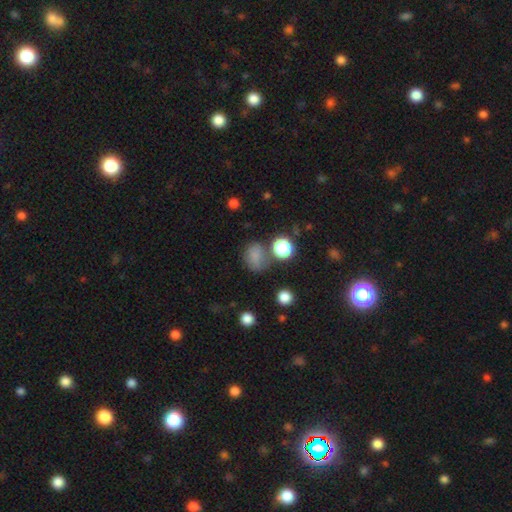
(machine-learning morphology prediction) The model was most divided on "how rounded": in between: 53%, round: 45%, cigar-shaped: 1%. More confident: smooth or featured — smooth (76%); merging — none (52%).